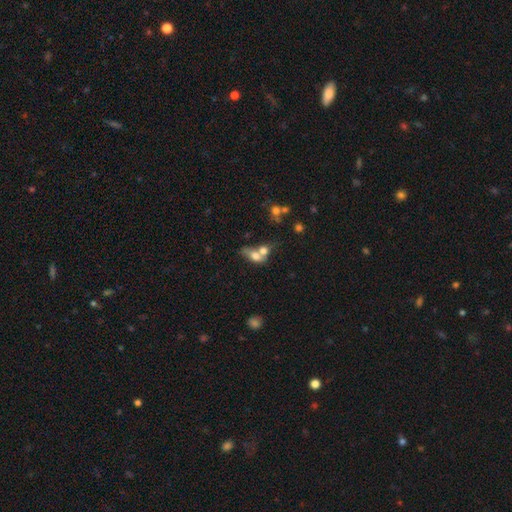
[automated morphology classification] A smooth galaxy with no disk features (65%) that is in between round and cigar-shaped (67%).

Vote fractions:
- Smooth or featured? smooth: 65% / featured or disk: 24% / star or artifact: 11%
- How rounded? in between: 67% / round: 26% / cigar-shaped: 7%
- Merging? merger: 66% / none: 18% / minor disturbance: 8% / major disturbance: 8%